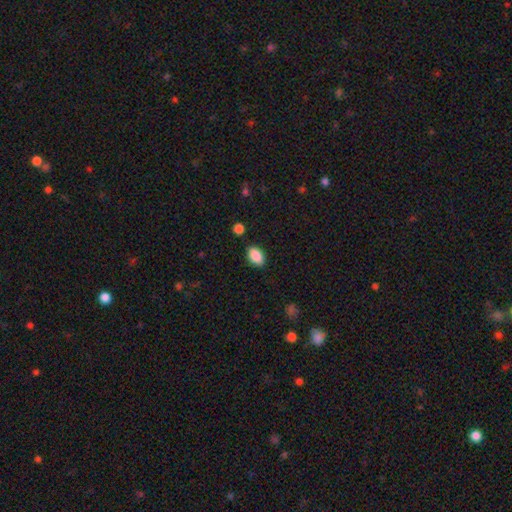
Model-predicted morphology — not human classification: The model was most divided on "merging": none: 86%, minor disturbance: 10%, merger: 2%, major disturbance: 2%. More confident: how rounded — in between (90%); smooth or featured — smooth (88%).